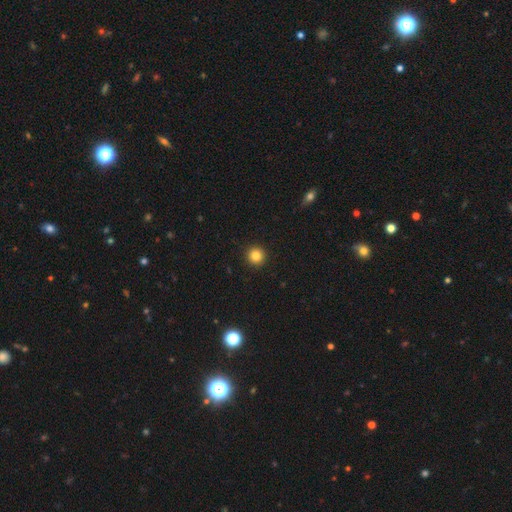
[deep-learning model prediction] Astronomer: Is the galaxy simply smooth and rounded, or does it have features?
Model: smooth — 84%.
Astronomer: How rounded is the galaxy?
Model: round — 96%.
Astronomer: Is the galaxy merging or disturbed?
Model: none — 93%.